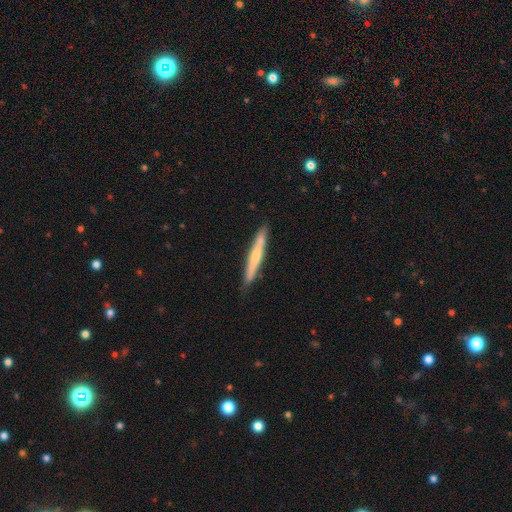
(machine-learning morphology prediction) smooth 50%, featured or disk 45%, star or artifact 5%. Down the decision tree: merging — none (84%).